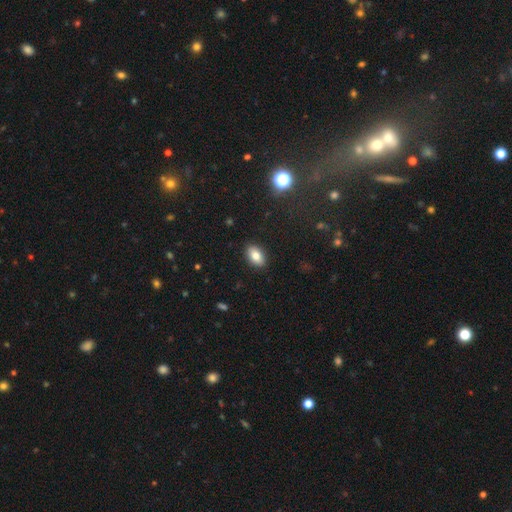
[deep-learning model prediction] A smooth galaxy with no disk features (81%) that is in between round and cigar-shaped (90%).

Vote fractions:
- Smooth or featured? smooth: 81% / star or artifact: 10% / featured or disk: 9%
- How rounded? in between: 90% / round: 9% / cigar-shaped: 2%
- Merging? none: 89% / minor disturbance: 8% / major disturbance: 2% / merger: 1%